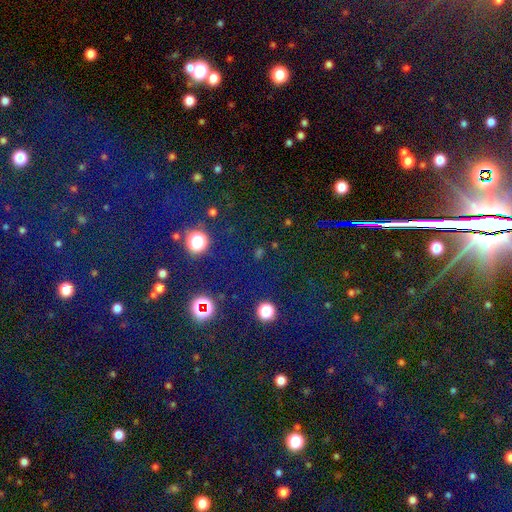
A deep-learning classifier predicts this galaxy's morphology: star or artifact 83%, smooth 10%, featured or disk 7%.